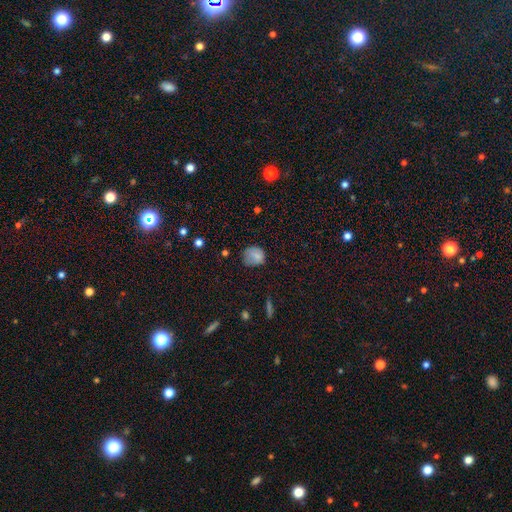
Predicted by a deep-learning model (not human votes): smooth_or_featured: smooth (p=0.79) [alt: star or artifact p=0.11]
how_rounded: round (p=0.72) [alt: in between p=0.27]
merging: none (p=0.59) [alt: minor disturbance p=0.30]